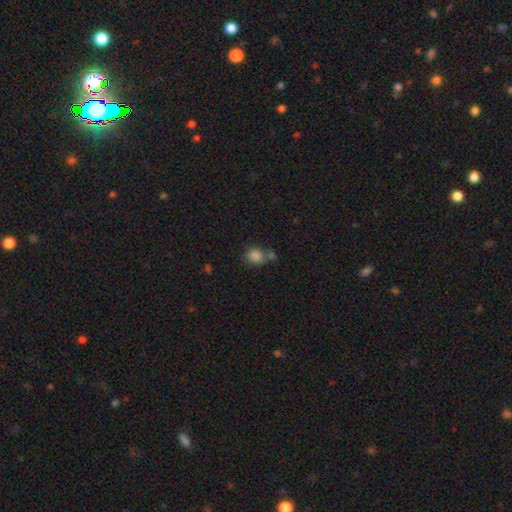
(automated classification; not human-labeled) Smooth or featured? Predicted: smooth (p=0.84). How rounded? Predicted: round (p=0.81). Merging? Predicted: none (p=0.52).